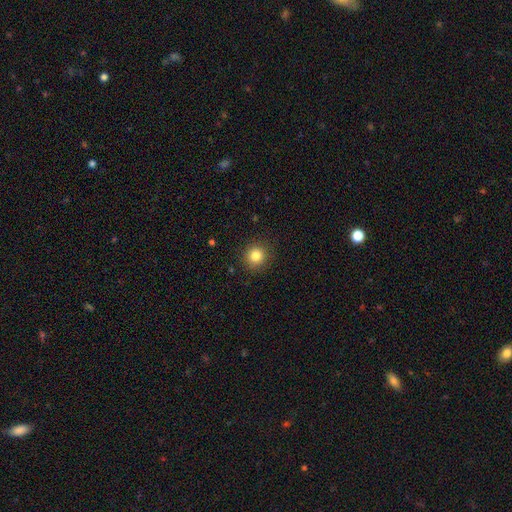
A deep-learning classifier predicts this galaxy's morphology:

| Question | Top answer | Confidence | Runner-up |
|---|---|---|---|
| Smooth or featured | smooth | 83% | star or artifact (11%) |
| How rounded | round | 93% | in between (6%) |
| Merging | none | 90% | minor disturbance (6%) |